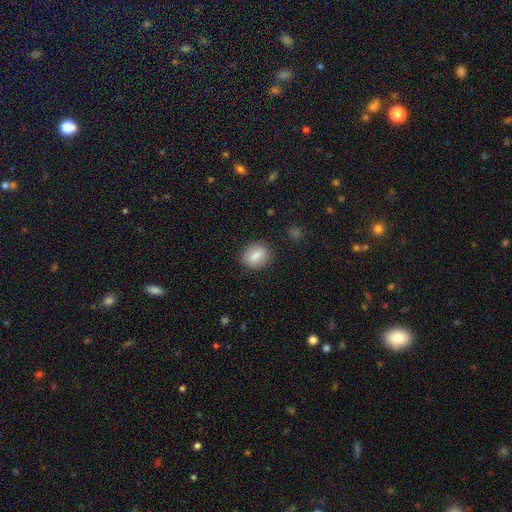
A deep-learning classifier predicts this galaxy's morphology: smooth 81%, featured or disk 12%, star or artifact 8%. Down the decision tree: how rounded — round (52%); merging — none (86%).